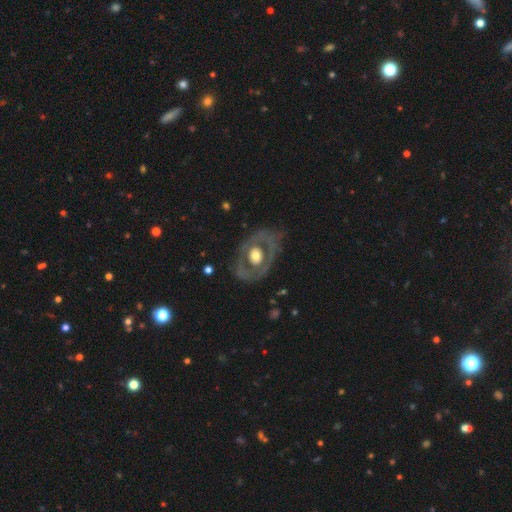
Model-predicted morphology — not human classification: smooth-or-featured: featured or disk: 66% | smooth: 28% | star or artifact: 5%
  disk-edge-on: no: 94% | yes: 6%
    bar: no: 85% | weak: 11% | strong: 4%
    has-spiral-arms: no: 76% | yes: 24%
    bulge-size: moderate: 54% | large: 35% | small: 7% | dominant: 3% | none: 2%
  merging: none: 70% | minor disturbance: 16% | major disturbance: 12% | merger: 2%